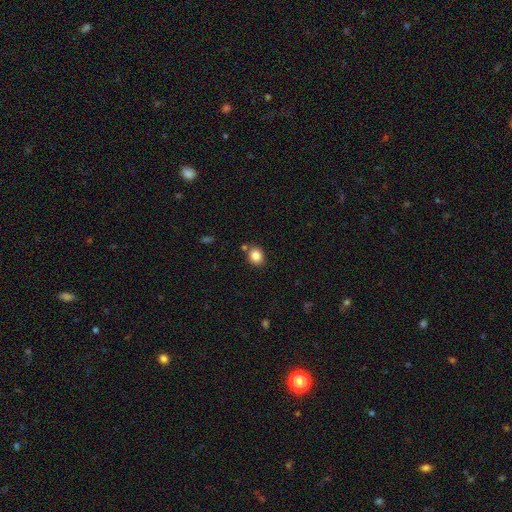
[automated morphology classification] This is clearly a smooth galaxy (85%). How rounded: likely round (63%). Merging: likely none (79%).